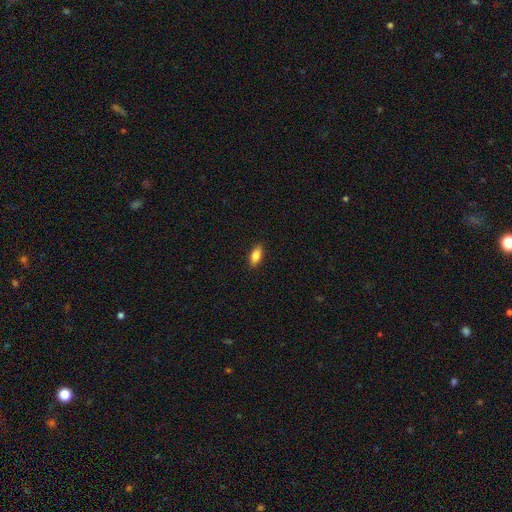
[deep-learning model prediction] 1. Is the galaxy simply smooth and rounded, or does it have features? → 83% smooth, 10% featured or disk, 7% star or artifact.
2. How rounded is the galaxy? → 86% in between, 11% cigar-shaped, 3% round.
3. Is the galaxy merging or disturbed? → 89% none, 8% minor disturbance, 2% major disturbance, 1% merger.